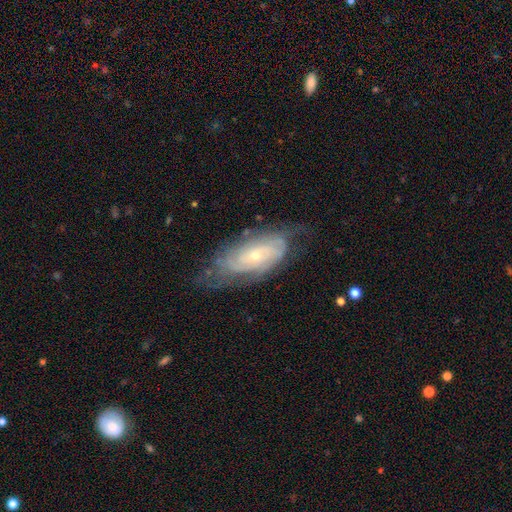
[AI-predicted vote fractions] A featured or disk galaxy (78%) with no bar (74%), tight (66%) spiral arms (87%) and a small central bulge (65%).

Vote fractions:
- Smooth or featured? featured or disk: 78% / smooth: 15% / star or artifact: 7%
- Edge-on disk? no: 91% / yes: 9%
- Bar? no: 74% / weak: 20% / strong: 6%
- Spiral arms? yes: 87% / no: 13%
- Spiral winding? tight: 66% / medium: 25% / loose: 9%
- Spiral arm count? can't tell: 51% / 2: 25% / 3: 9% / 4: 6% / 1: 4% / more than 4: 4%
- Bulge size? small: 65% / moderate: 32% / large: 2% / none: 1% / dominant: 1%
- Merging? none: 63% / minor disturbance: 24% / major disturbance: 12% / merger: 1%